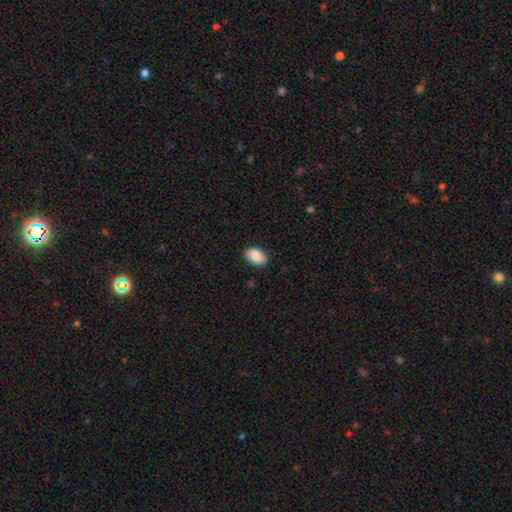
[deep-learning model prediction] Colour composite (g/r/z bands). It shows a smooth galaxy with no disk features (87%) that is in between round and cigar-shaped (89%). Merging: none (88%).